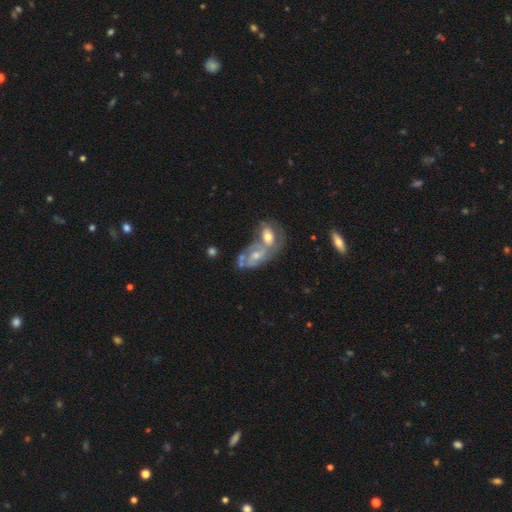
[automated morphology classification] Smooth or featured?
  - featured or disk: 67% *
  - smooth: 25%
  - star or artifact: 8%
Edge-on disk?
  - no: 95% *
  - yes: 5%
Bar?
  - no: 64% *
  - weak: 29%
  - strong: 7%
Spiral arms?
  - yes: 70% *
  - no: 30%
Bulge size?
  - moderate: 58% *
  - small: 30%
  - large: 6%
  - none: 4%
  - dominant: 1%
Merging?
  - merger: 67% *
  - none: 17%
  - minor disturbance: 9%
  - major disturbance: 7%